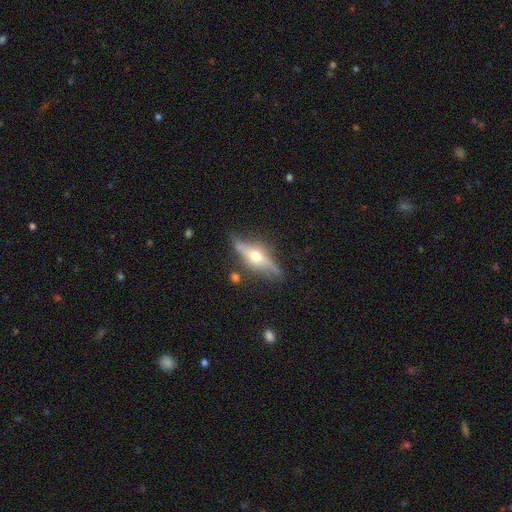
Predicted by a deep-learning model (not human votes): Morphology: type=featured or disk (75%); edge-on=yes (87%); edge-on bulge=rounded (95%); merging=none (76%).